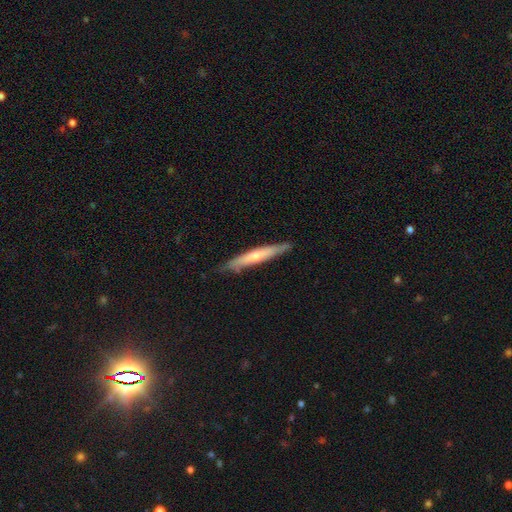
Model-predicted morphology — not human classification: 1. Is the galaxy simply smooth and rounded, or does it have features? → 50% smooth, 45% featured or disk, 5% star or artifact.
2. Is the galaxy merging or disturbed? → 83% none, 13% minor disturbance, 2% major disturbance, 1% merger.